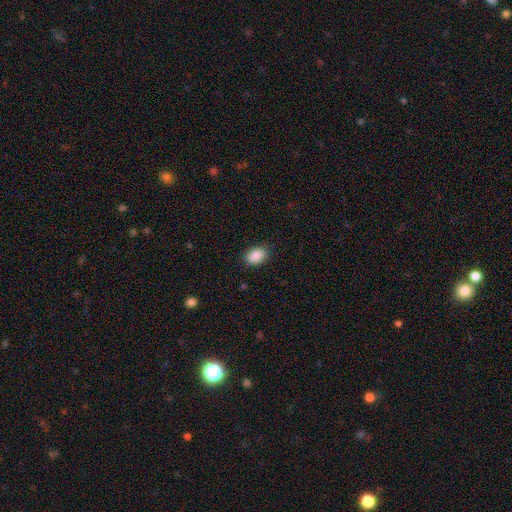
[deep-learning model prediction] A smooth galaxy with no disk features (90%) that is in between round and cigar-shaped (86%).

Vote fractions:
- Smooth or featured? smooth: 90% / star or artifact: 7% / featured or disk: 3%
- How rounded? in between: 86% / round: 12% / cigar-shaped: 1%
- Merging? none: 86% / minor disturbance: 10% / major disturbance: 3% / merger: 1%